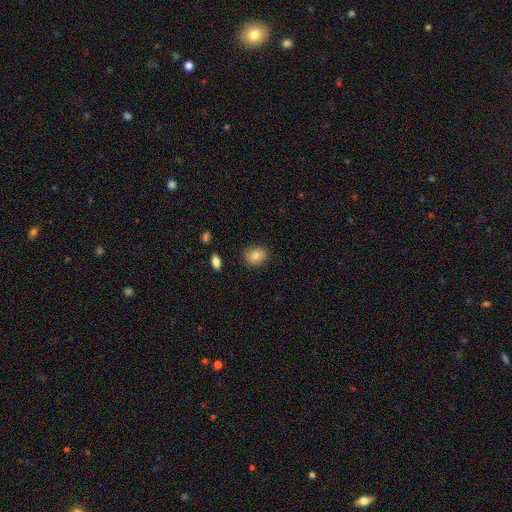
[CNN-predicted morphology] A smooth galaxy with no disk features (85%) that is round (58%).

Vote fractions:
- Smooth or featured? smooth: 85% / star or artifact: 9% / featured or disk: 7%
- How rounded? round: 58% / in between: 41% / cigar-shaped: 1%
- Merging? none: 87% / minor disturbance: 9% / major disturbance: 2% / merger: 1%